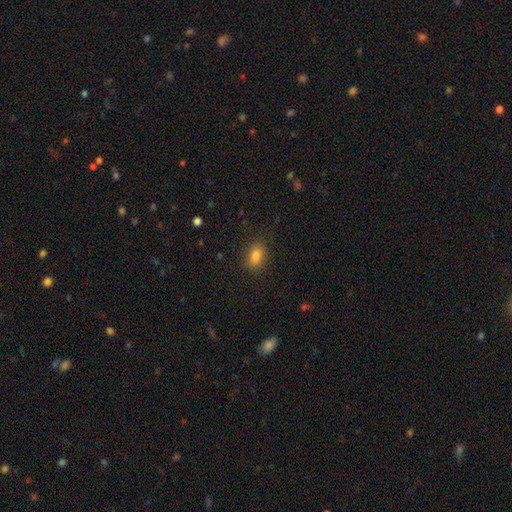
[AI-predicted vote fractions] This appears to be a smooth galaxy with no disk features (83%) that is in between round and cigar-shaped (77%). Merging: none (84%).